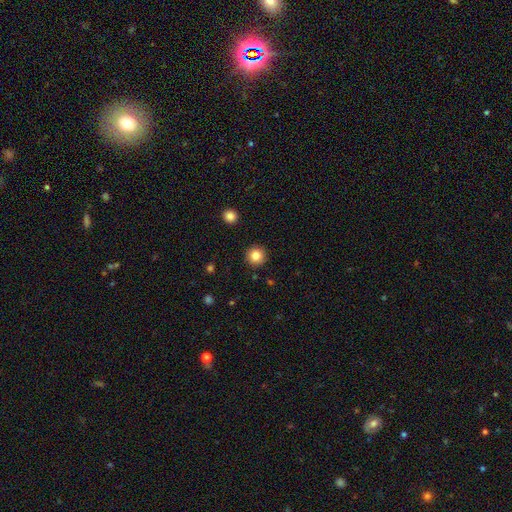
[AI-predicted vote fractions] This appears to be a smooth galaxy with no disk features (83%) that is round (95%). Merging: none (91%).